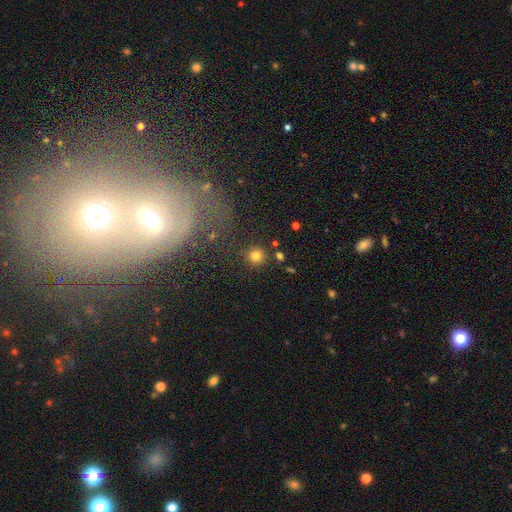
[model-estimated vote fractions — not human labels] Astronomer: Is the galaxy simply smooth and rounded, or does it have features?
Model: smooth — 79%.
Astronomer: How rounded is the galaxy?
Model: round — 94%.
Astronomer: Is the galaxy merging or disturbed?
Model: none — 86%.